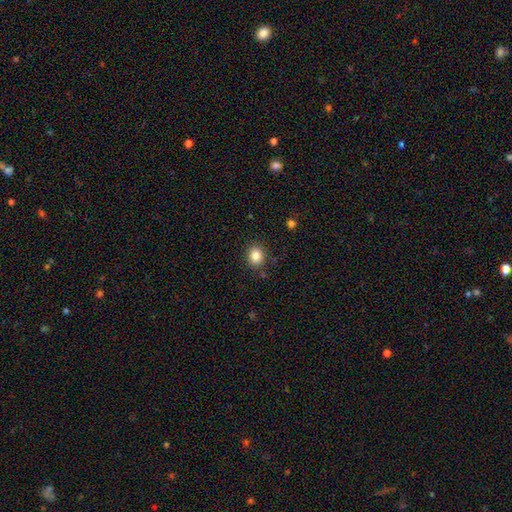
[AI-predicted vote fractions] Smooth or featured?
  - smooth: 84% *
  - star or artifact: 11%
  - featured or disk: 5%
How rounded?
  - round: 69% *
  - in between: 30%
  - cigar-shaped: 1%
Merging?
  - none: 86% *
  - minor disturbance: 9%
  - major disturbance: 3%
  - merger: 2%